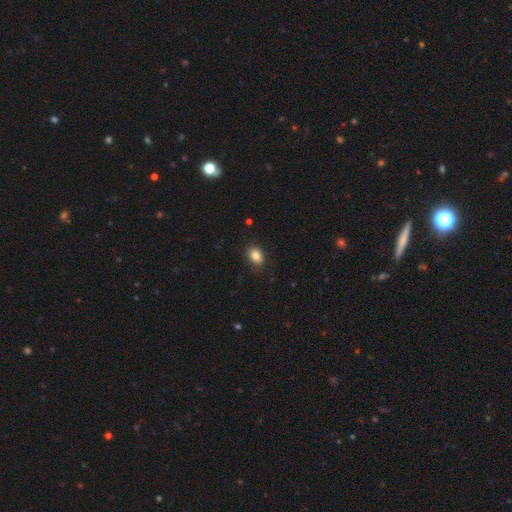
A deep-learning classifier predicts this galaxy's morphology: smooth_or_featured: smooth (p=0.86) [alt: star or artifact p=0.10]
how_rounded: in between (p=0.70) [alt: round p=0.29]
merging: none (p=0.83) [alt: minor disturbance p=0.13]